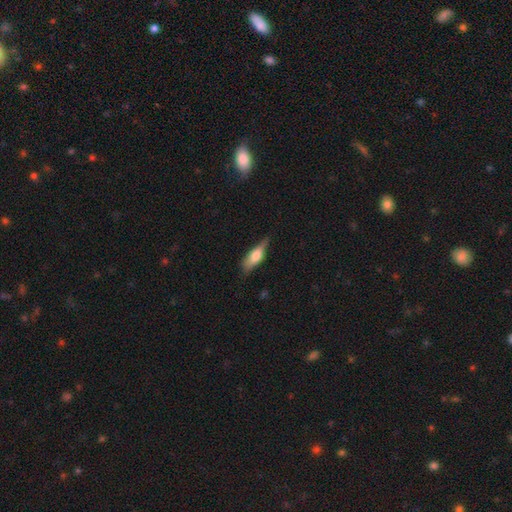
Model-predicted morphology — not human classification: type=smooth (57%); roundness=in between (54%); merging=none (67%).